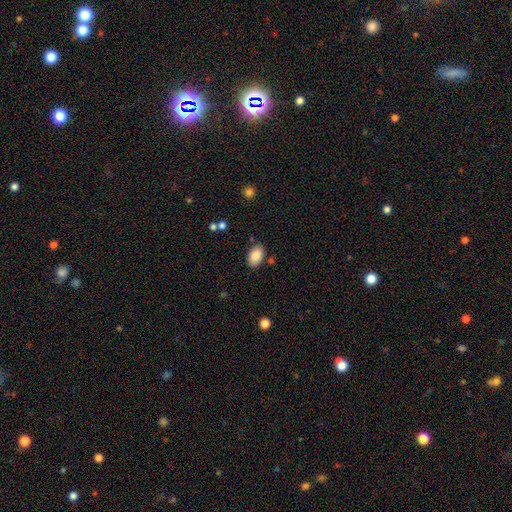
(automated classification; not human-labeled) This appears to be a smooth galaxy with no disk features (87%) that is in between round and cigar-shaped (90%). Merging: none (83%).